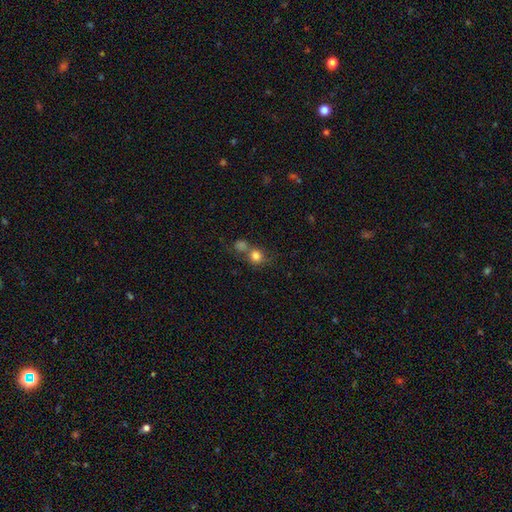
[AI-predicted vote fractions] smooth_or_featured: smooth (p=0.80) [alt: star or artifact p=0.12]
how_rounded: round (p=0.85) [alt: in between p=0.14]
merging: none (p=0.47) [alt: merger p=0.38]